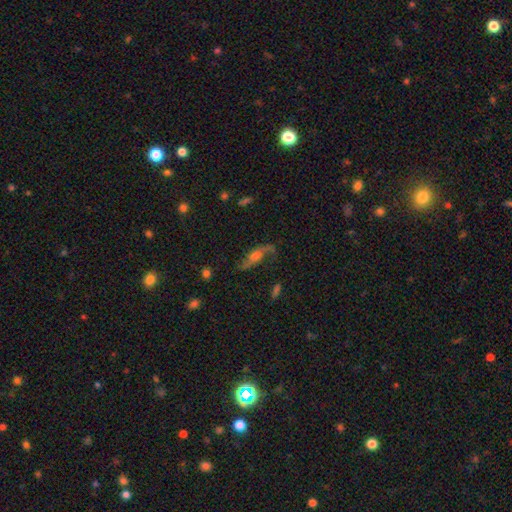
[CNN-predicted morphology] Smooth or featured? featured or disk (69%)
Edge-on disk? no (76%)
Bar? no (62%)
Spiral arms? yes (87%)
Bulge size? moderate (48%)
Merging? none (60%)